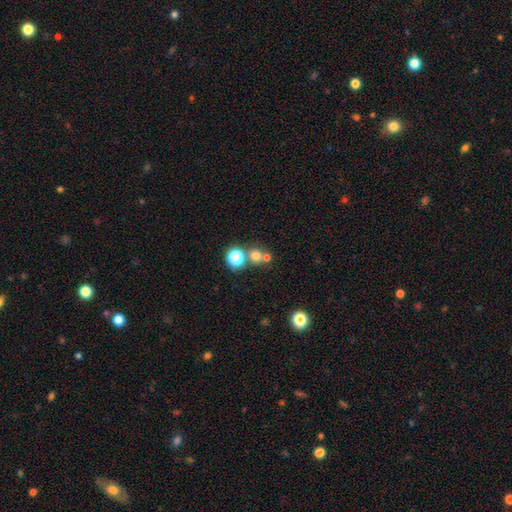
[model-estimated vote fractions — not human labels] smooth_or_featured: smooth (p=0.67) [alt: star or artifact p=0.22]
how_rounded: round (p=0.88) [alt: in between p=0.11]
merging: none (p=0.58) [alt: merger p=0.32]